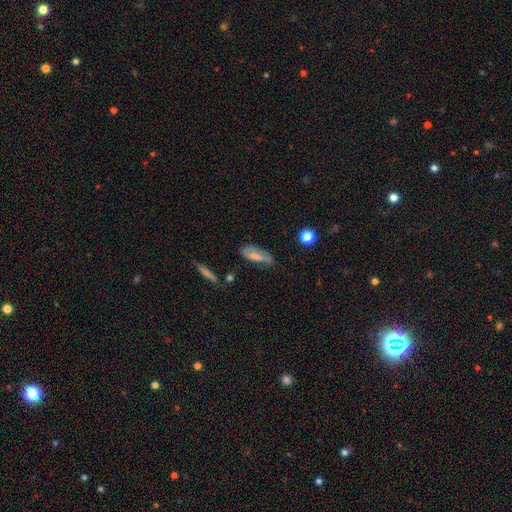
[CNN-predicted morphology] This appears to be a smooth galaxy with no disk features (61%) that is in between round and cigar-shaped (72%). Merging: none (53%).